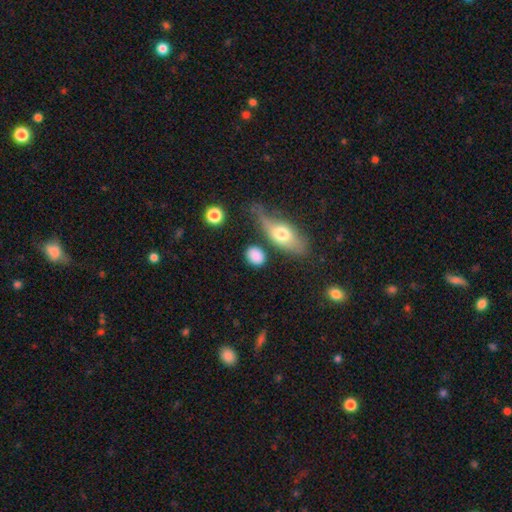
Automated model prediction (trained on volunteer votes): Smooth or featured? Predicted: smooth (p=0.83). How rounded? Predicted: in between (p=0.51). Merging? Predicted: none (p=0.70).